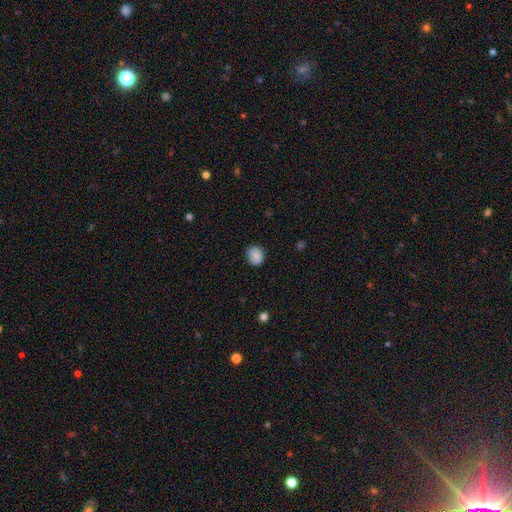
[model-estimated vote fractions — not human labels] smooth_or_featured: smooth (p=0.86) [alt: star or artifact p=0.09]
how_rounded: round (p=0.66) [alt: in between p=0.33]
merging: none (p=0.79) [alt: minor disturbance p=0.16]